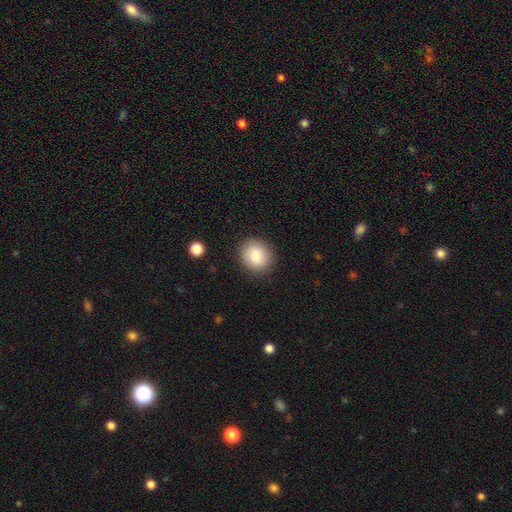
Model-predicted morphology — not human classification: This appears to be a smooth galaxy with no disk features (83%) that is round (84%). Merging: none (88%).